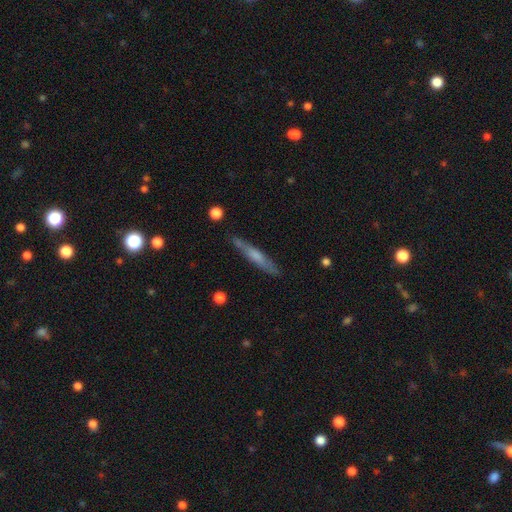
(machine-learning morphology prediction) smooth_or_featured: smooth (p=0.48) [alt: featured or disk p=0.45]
merging: none (p=0.81) [alt: minor disturbance p=0.14]